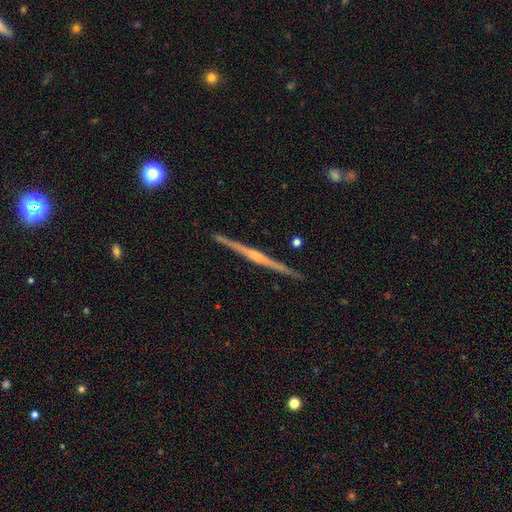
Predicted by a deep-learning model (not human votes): smooth_or_featured: featured or disk (p=0.80) [alt: smooth p=0.14]
disk_edge_on: yes (p=0.99) [alt: no p=0.01]
edge_on_bulge: rounded (p=0.53) [alt: none p=0.28]
merging: none (p=0.92) [alt: minor disturbance p=0.06]